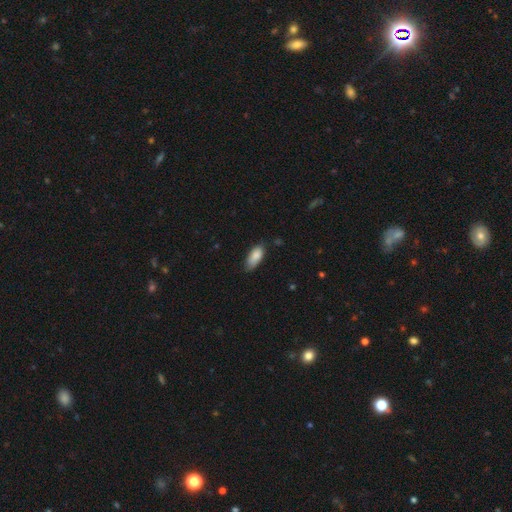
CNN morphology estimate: Smooth or featured?
  - smooth: 87% *
  - star or artifact: 7%
  - featured or disk: 7%
How rounded?
  - in between: 85% *
  - cigar-shaped: 13%
  - round: 2%
Merging?
  - none: 66% *
  - minor disturbance: 28%
  - major disturbance: 4%
  - merger: 2%